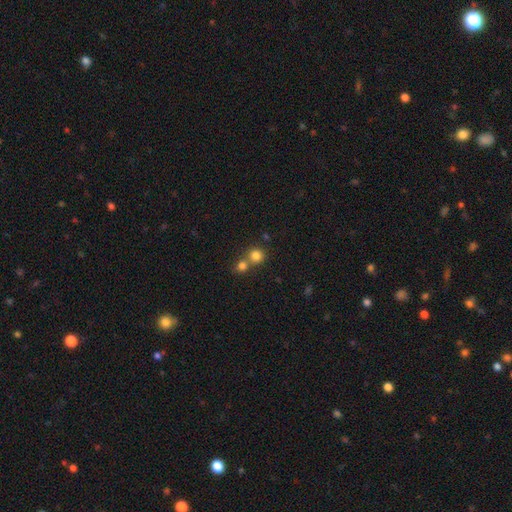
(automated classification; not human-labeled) Morphology: type=smooth (79%); roundness=round (89%); merging=none (50%).